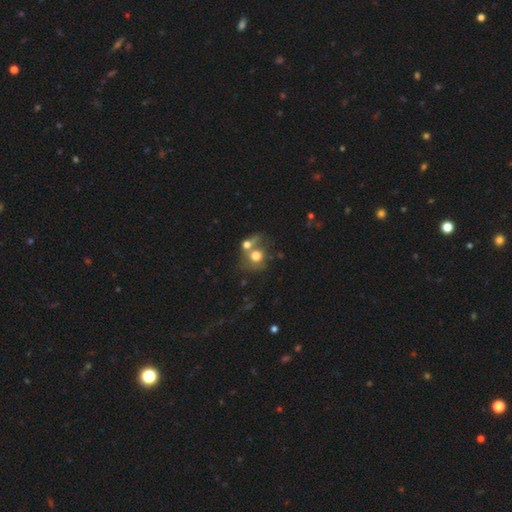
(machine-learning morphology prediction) type=smooth (67%); roundness=round (75%); merging=merger (44%).